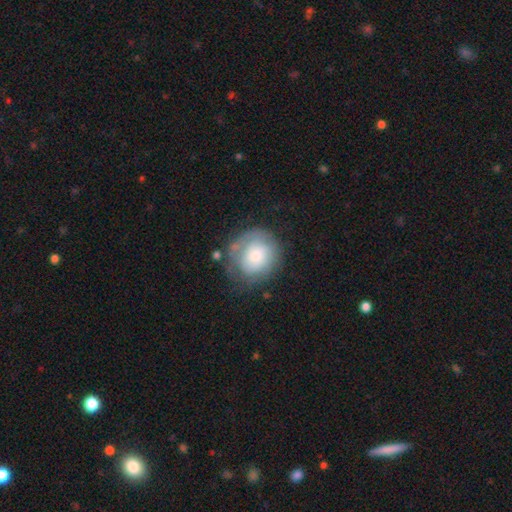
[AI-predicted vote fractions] smooth-or-featured: smooth: 59% | featured or disk: 33% | star or artifact: 8%
  how-rounded: round: 83% | in between: 16% | cigar-shaped: 1%
  merging: none: 56% | minor disturbance: 25% | major disturbance: 15% | merger: 3%